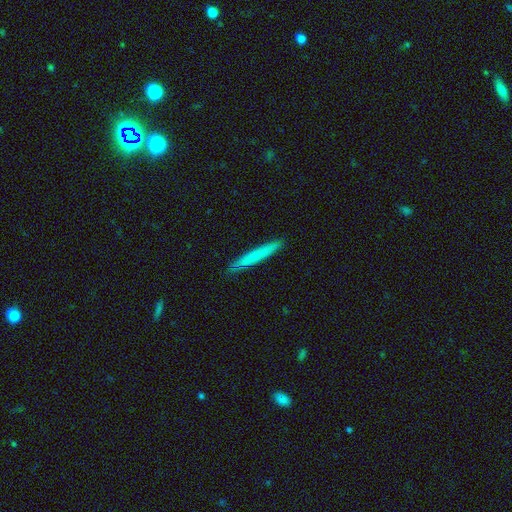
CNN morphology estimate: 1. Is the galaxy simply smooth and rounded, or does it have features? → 68% smooth, 26% featured or disk, 6% star or artifact.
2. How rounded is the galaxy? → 96% cigar-shaped, 3% in between, 1% round.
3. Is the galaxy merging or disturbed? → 90% none, 7% minor disturbance, 1% major disturbance, 1% merger.